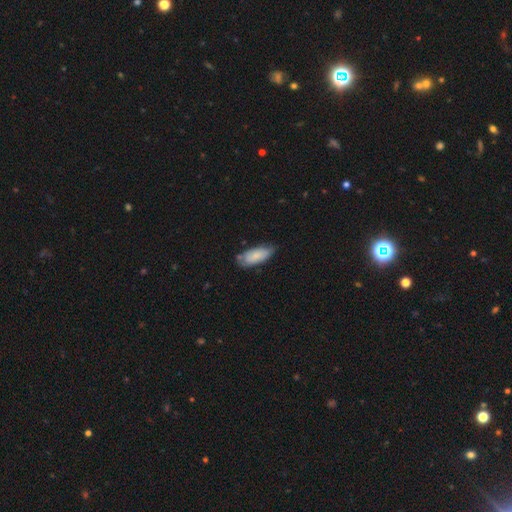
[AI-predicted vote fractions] The model was most divided on "merging": none: 63%, minor disturbance: 28%, major disturbance: 5%, merger: 4%. More confident: smooth or featured — smooth (81%); how rounded — in between (80%).